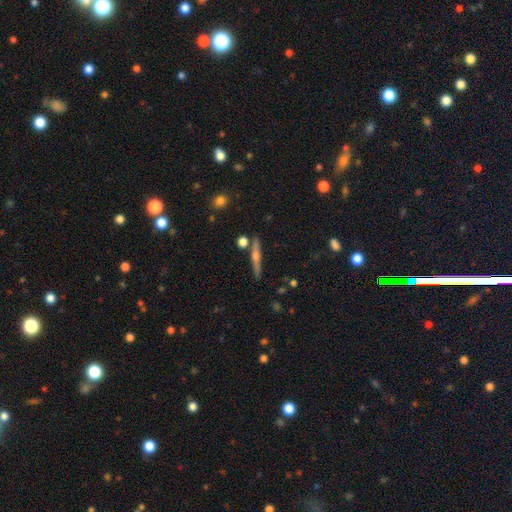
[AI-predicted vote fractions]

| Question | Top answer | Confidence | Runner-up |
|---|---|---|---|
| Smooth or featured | featured or disk | 66% | smooth (27%) |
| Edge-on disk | yes | 97% | no (3%) |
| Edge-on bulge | rounded | 86% | none (8%) |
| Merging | none | 84% | minor disturbance (8%) |